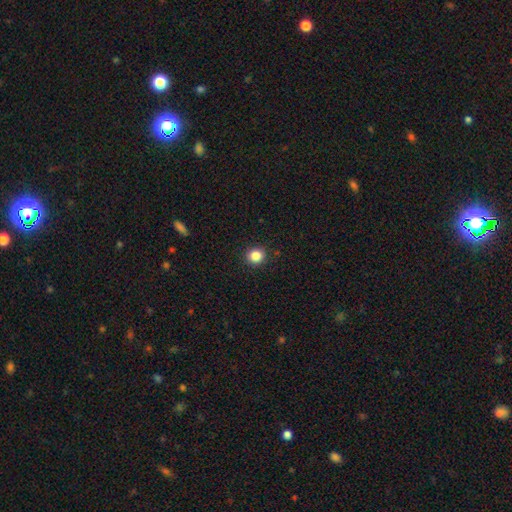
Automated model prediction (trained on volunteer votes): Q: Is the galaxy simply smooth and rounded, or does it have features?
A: smooth — 85%.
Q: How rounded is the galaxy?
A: round — 88%.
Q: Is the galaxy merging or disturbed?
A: none — 92%.